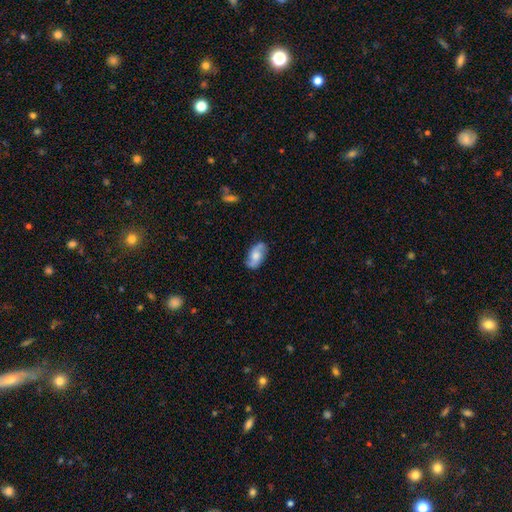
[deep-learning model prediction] A featured or disk galaxy (54%) with no bar (61%), spiral arms (89%) and a moderate central bulge (45%).

Vote fractions:
- Smooth or featured? featured or disk: 54% / smooth: 38% / star or artifact: 8%
- Edge-on disk? no: 94% / yes: 6%
- Bar? no: 61% / weak: 32% / strong: 7%
- Spiral arms? yes: 89% / no: 11%
- Bulge size? moderate: 45% / large: 22% / small: 20% / none: 11% / dominant: 3%
- Merging? none: 77% / minor disturbance: 17% / major disturbance: 4% / merger: 2%